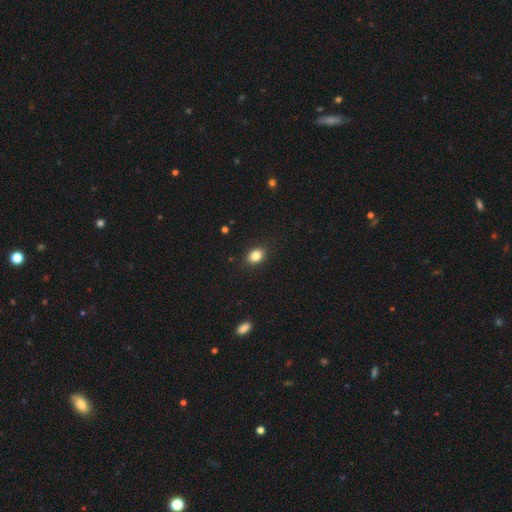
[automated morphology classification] Smooth or featured? Predicted: smooth (p=0.84). How rounded? Predicted: in between (p=0.73). Merging? Predicted: none (p=0.88).